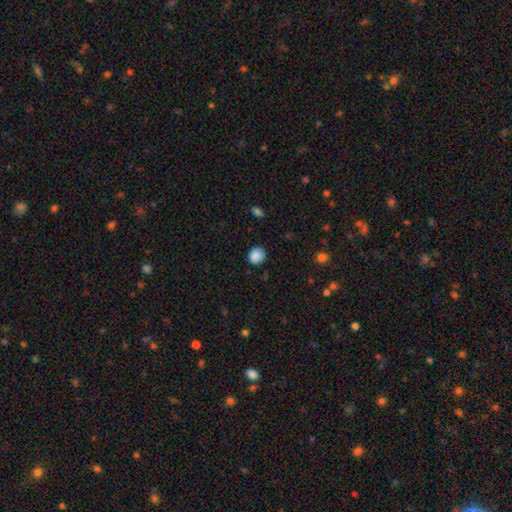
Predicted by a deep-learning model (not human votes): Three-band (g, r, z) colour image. It shows a smooth galaxy with no disk features (88%) that is round (81%). Merging: none (84%).